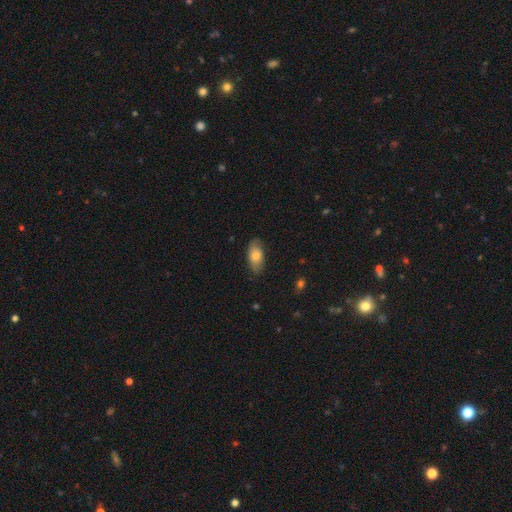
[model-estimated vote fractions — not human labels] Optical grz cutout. It shows a smooth galaxy with no disk features (74%) that is in between round and cigar-shaped (91%). Merging: none (80%).